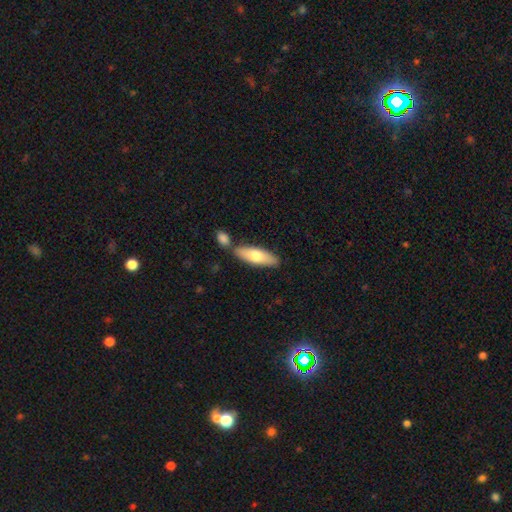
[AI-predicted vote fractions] The model was most divided on "how rounded": in between: 55%, cigar-shaped: 43%, round: 2%. More confident: merging — none (70%); smooth or featured — smooth (68%).